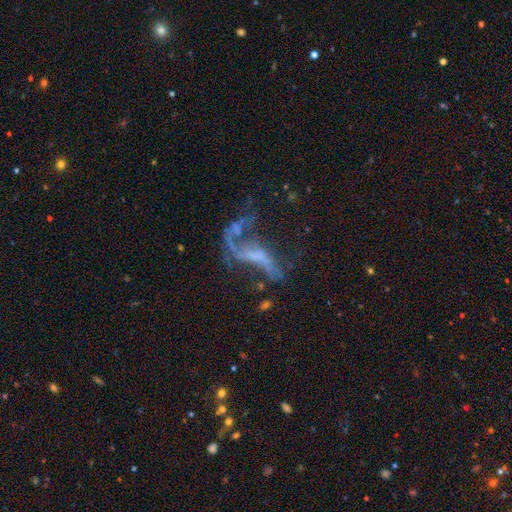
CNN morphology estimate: Smooth or featured? Predicted: featured or disk (p=0.68). Edge-on disk? Predicted: no (p=0.88). Bar? Predicted: no (p=0.56). Spiral arms? Predicted: yes (p=0.57). Bulge size? Predicted: none (p=0.53). Merging? Predicted: major disturbance (p=0.41).